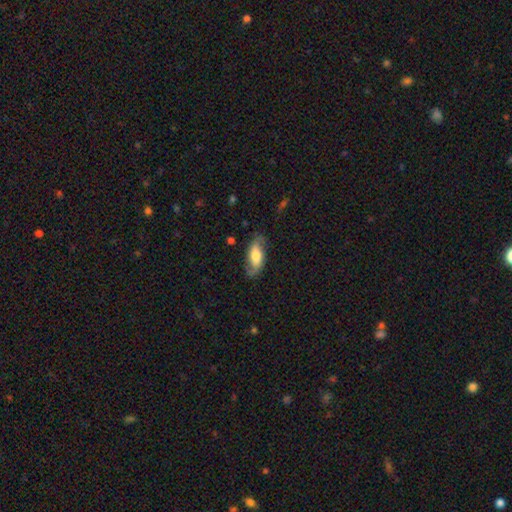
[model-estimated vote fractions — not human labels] A featured or disk galaxy (52%).

Vote fractions:
- Smooth or featured? featured or disk: 52% / smooth: 41% / star or artifact: 7%
- Edge-on disk? no: 87% / yes: 13%
- Merging? none: 71% / minor disturbance: 20% / major disturbance: 8% / merger: 2%